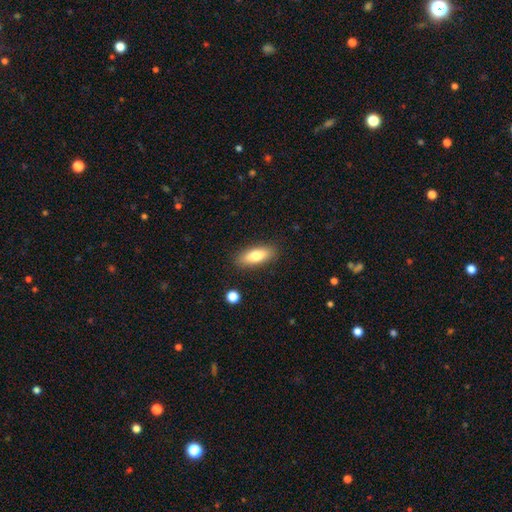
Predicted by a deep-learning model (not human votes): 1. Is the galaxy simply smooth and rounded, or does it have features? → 77% smooth, 16% featured or disk, 7% star or artifact.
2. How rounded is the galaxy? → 66% in between, 31% cigar-shaped, 2% round.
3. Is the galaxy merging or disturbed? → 86% none, 9% minor disturbance, 2% major disturbance, 2% merger.